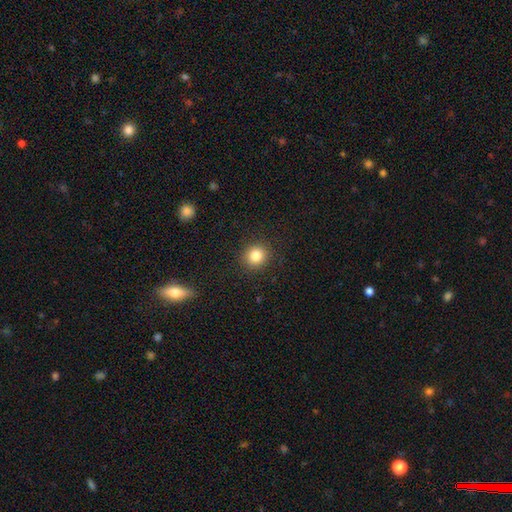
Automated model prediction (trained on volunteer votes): The model was most divided on "smooth or featured": smooth: 83%, star or artifact: 11%, featured or disk: 6%. More confident: merging — none (90%); how rounded — round (88%).